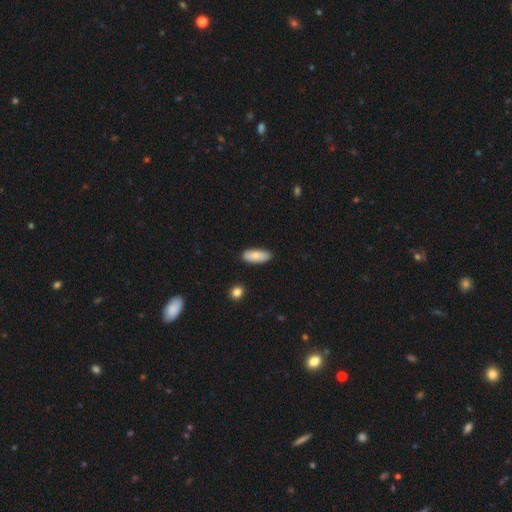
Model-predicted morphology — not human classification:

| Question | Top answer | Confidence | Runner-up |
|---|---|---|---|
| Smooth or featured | smooth | 84% | featured or disk (10%) |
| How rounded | in between | 81% | cigar-shaped (17%) |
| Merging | none | 86% | minor disturbance (10%) |